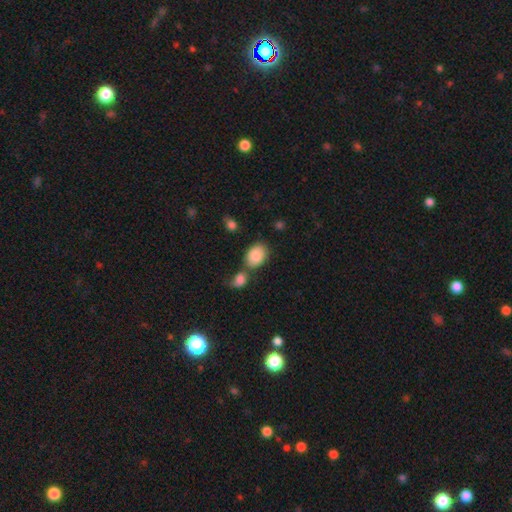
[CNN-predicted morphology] smooth_or_featured: smooth (p=0.85) [alt: featured or disk p=0.08]
how_rounded: in between (p=0.82) [alt: round p=0.17]
merging: none (p=0.56) [alt: merger p=0.25]